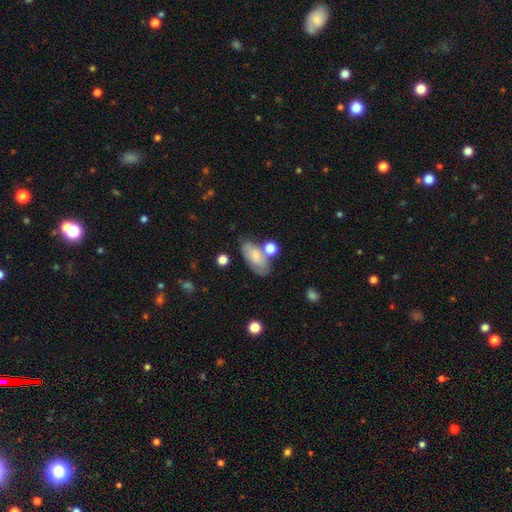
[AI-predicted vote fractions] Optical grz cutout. It shows a smooth galaxy with no disk features (69%) that is in between round and cigar-shaped (88%). Merging: none (50%).